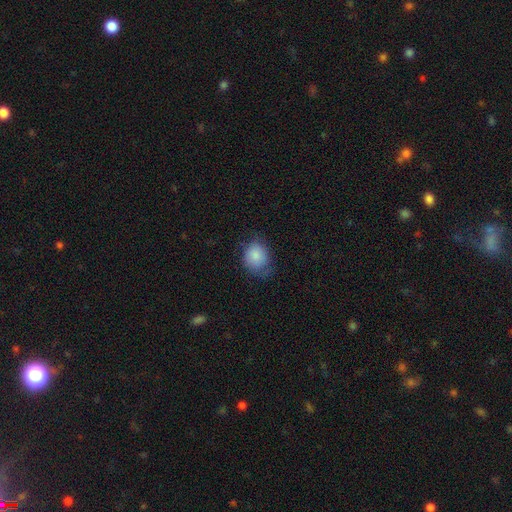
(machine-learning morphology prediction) A smooth galaxy with no disk features (84%) that is round (62%).

Vote fractions:
- Smooth or featured? smooth: 84% / featured or disk: 8% / star or artifact: 8%
- How rounded? round: 62% / in between: 37% / cigar-shaped: 1%
- Merging? none: 55% / minor disturbance: 32% / major disturbance: 12% / merger: 1%